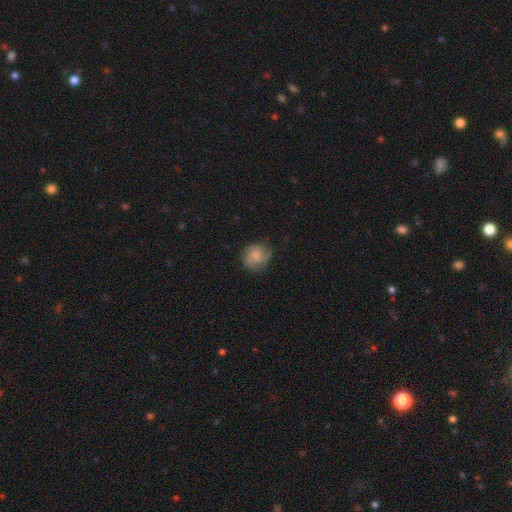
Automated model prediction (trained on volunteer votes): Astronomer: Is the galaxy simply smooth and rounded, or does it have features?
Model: smooth — 62%.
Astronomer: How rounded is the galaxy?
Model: round — 80%.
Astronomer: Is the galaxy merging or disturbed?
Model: none — 68%.